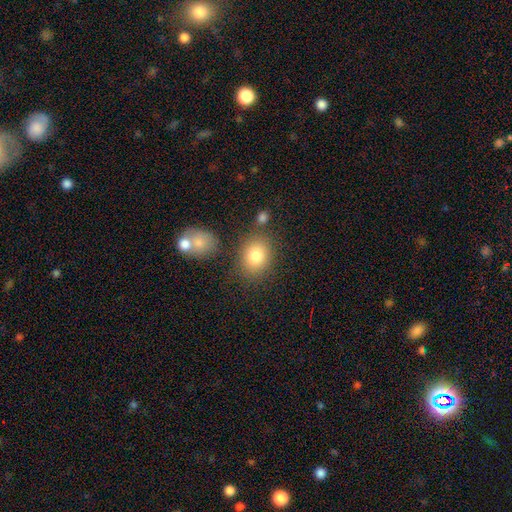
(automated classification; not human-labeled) smooth 81%, star or artifact 10%, featured or disk 9%. Down the decision tree: how rounded — round (51%); merging — none (75%).